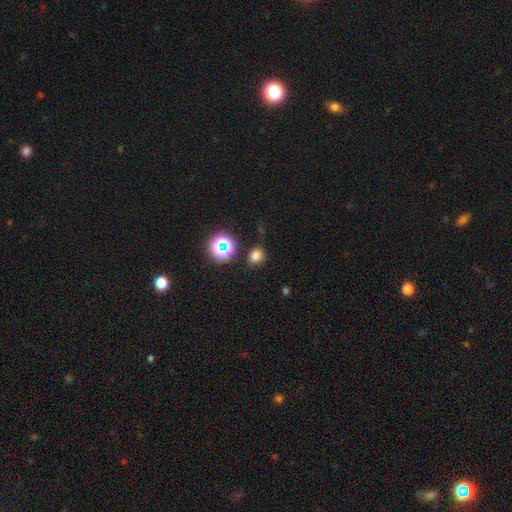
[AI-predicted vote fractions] This appears to be a smooth galaxy with no disk features (74%) that is round (67%). Merging: none (81%).